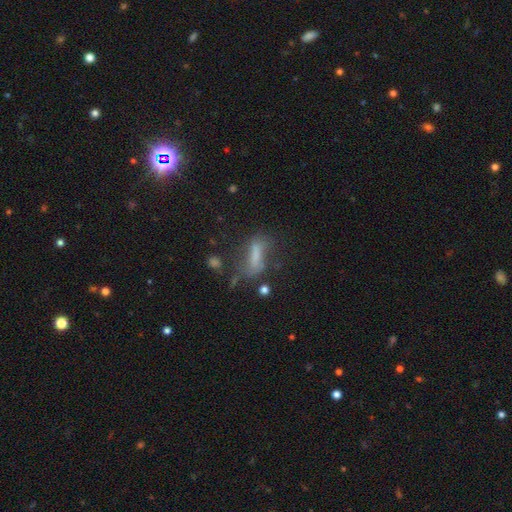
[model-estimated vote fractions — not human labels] This appears to be a smooth galaxy with no disk features (53%) that is in between round and cigar-shaped (49%). Merging: none (41%).